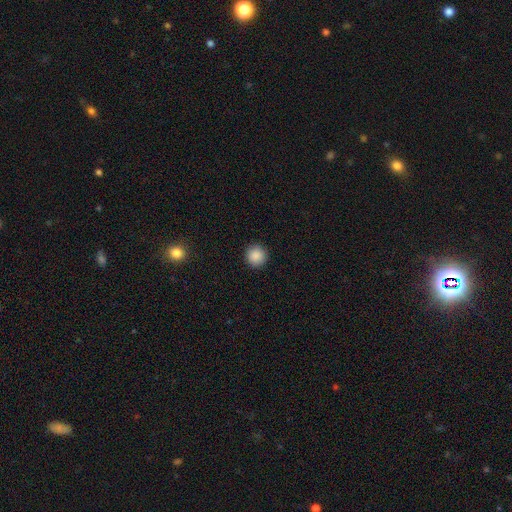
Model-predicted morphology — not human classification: smooth_or_featured: smooth (p=0.88) [alt: star or artifact p=0.09]
how_rounded: round (p=0.96) [alt: in between p=0.03]
merging: none (p=0.92) [alt: minor disturbance p=0.05]